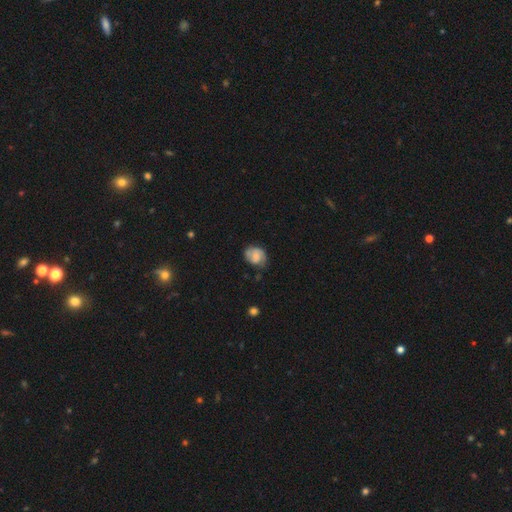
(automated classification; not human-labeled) A smooth galaxy with no disk features (52%) that is round (50%).

Vote fractions:
- Smooth or featured? smooth: 52% / featured or disk: 40% / star or artifact: 8%
- How rounded? round: 50% / in between: 49% / cigar-shaped: 1%
- Merging? none: 59% / minor disturbance: 30% / major disturbance: 9% / merger: 2%